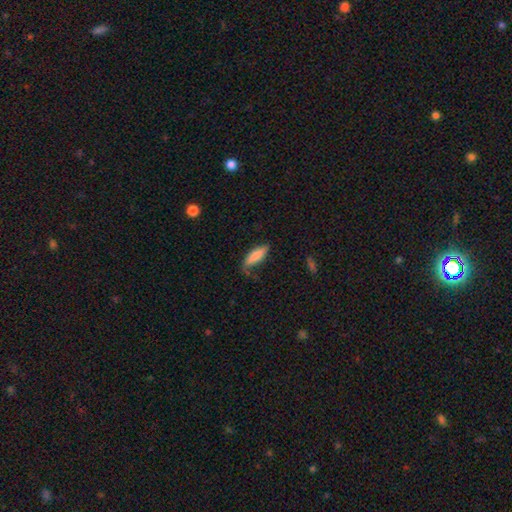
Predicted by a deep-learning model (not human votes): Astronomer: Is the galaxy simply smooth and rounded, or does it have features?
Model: smooth — 78%.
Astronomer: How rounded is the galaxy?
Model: in between — 54% (runner-up: cigar-shaped, 44%).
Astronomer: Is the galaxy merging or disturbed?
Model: none — 52% (runner-up: minor disturbance, 32%).